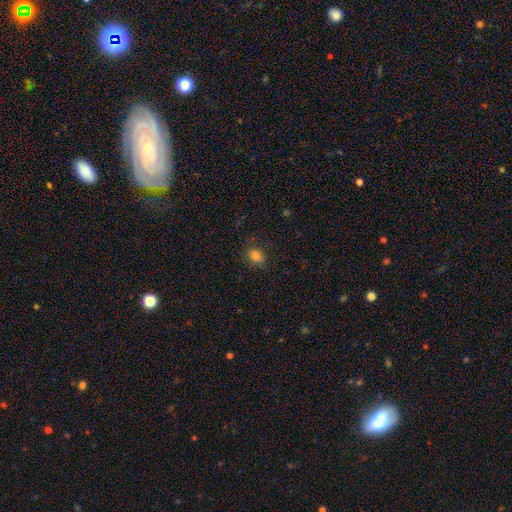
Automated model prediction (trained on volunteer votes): Smooth or featured? smooth (80%)
How rounded? in between (52%)
Merging? none (80%)